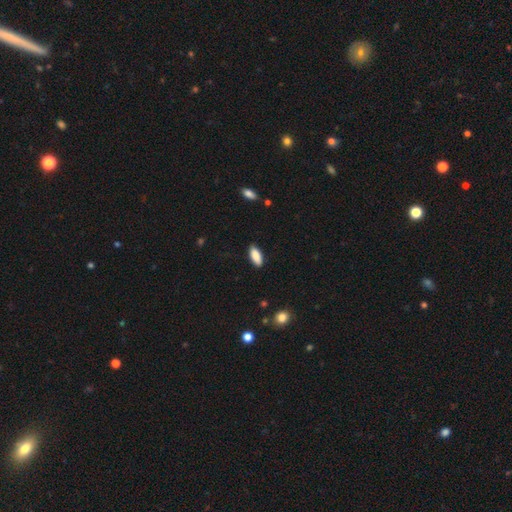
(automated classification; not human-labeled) The model was most divided on "how rounded": in between: 80%, cigar-shaped: 19%, round: 2%. More confident: smooth or featured — smooth (87%); merging — none (87%).